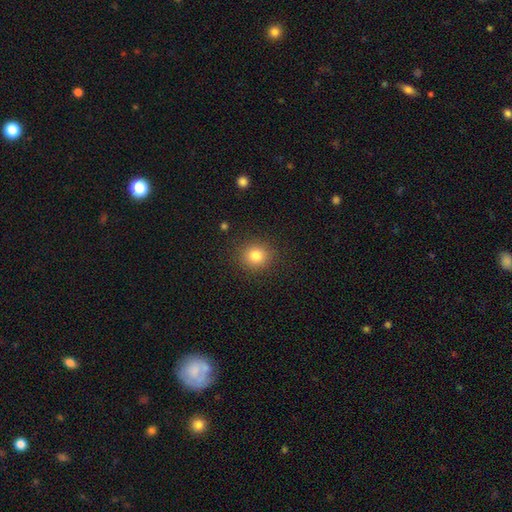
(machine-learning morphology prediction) smooth_or_featured: smooth (p=0.83) [alt: star or artifact p=0.11]
how_rounded: round (p=0.86) [alt: in between p=0.13]
merging: none (p=0.89) [alt: minor disturbance p=0.07]